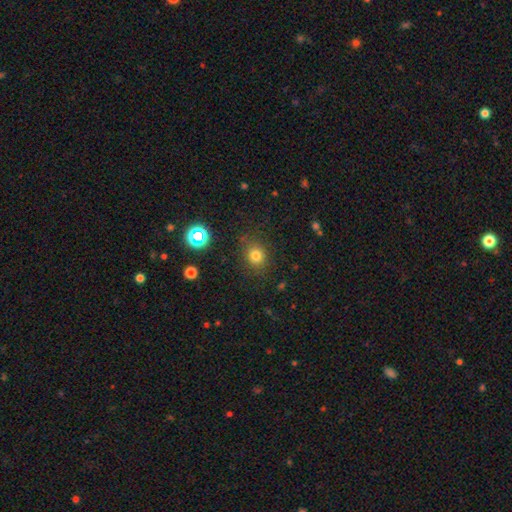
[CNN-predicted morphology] smooth 75%, star or artifact 18%, featured or disk 7%. Down the decision tree: how rounded — round (76%); merging — none (82%).